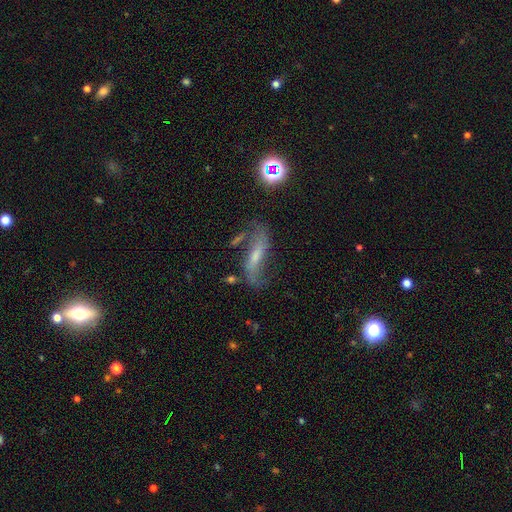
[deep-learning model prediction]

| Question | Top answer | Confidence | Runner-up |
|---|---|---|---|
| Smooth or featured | featured or disk | 68% | smooth (20%) |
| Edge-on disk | no | 78% | yes (22%) |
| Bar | weak | 36% | strong (35%) |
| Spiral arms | yes | 85% | no (15%) |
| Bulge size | small | 48% | moderate (36%) |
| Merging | none | 52% | minor disturbance (22%) |